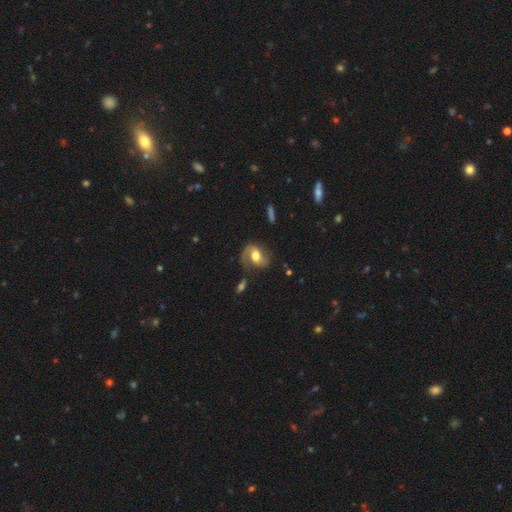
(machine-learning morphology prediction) Smooth or featured? featured or disk (64%)
Edge-on disk? no (96%)
Bar? no (46%)
Spiral arms? yes (88%)
Spiral winding? medium (45%)
Spiral arm count? 2 (76%)
Bulge size? moderate (61%)
Merging? none (61%)